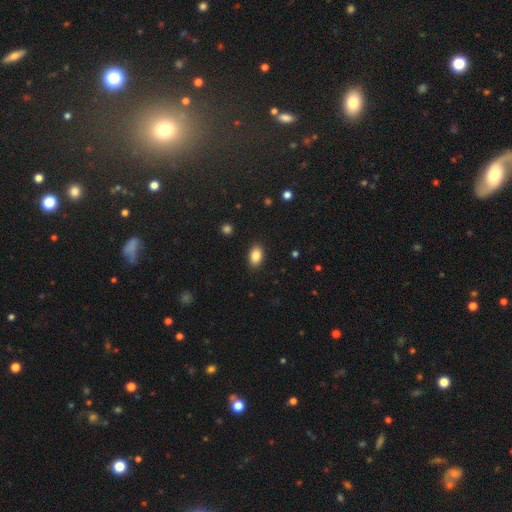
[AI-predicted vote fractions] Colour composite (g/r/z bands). It shows a smooth galaxy with no disk features (87%) that is in between round and cigar-shaped (87%). Merging: none (88%).